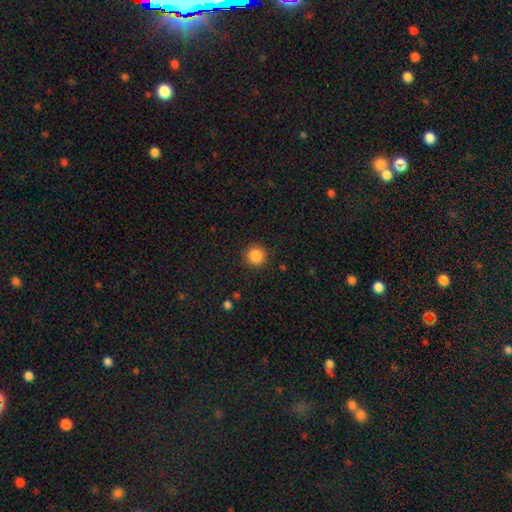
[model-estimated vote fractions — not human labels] Q: Smooth or featured?
A: smooth (86%); runner-up: star or artifact (10%)
Q: How rounded?
A: round (94%); runner-up: in between (5%)
Q: Merging?
A: none (90%); runner-up: minor disturbance (6%)